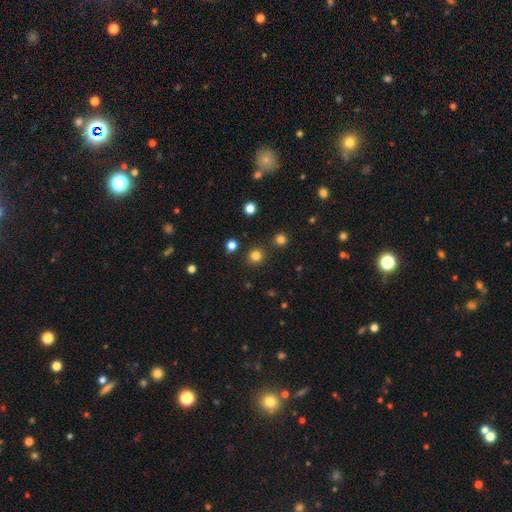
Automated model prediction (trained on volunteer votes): Morphology: type=smooth (80%); roundness=round (93%); merging=none (88%).